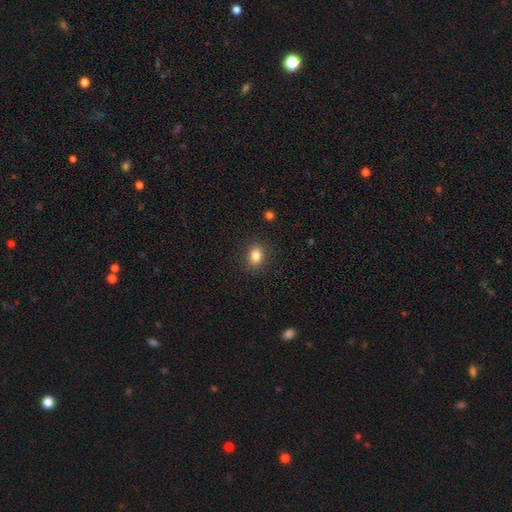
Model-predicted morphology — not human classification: This is clearly a smooth galaxy (84%). How rounded: likely in between (63%). Merging: clearly none (88%).